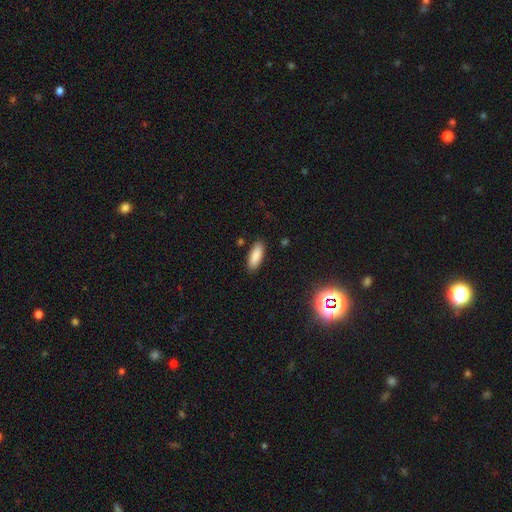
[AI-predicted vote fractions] Smooth or featured?
  - smooth: 87% *
  - star or artifact: 7%
  - featured or disk: 5%
How rounded?
  - in between: 68% *
  - cigar-shaped: 31%
  - round: 2%
Merging?
  - none: 87% *
  - minor disturbance: 9%
  - major disturbance: 2%
  - merger: 2%